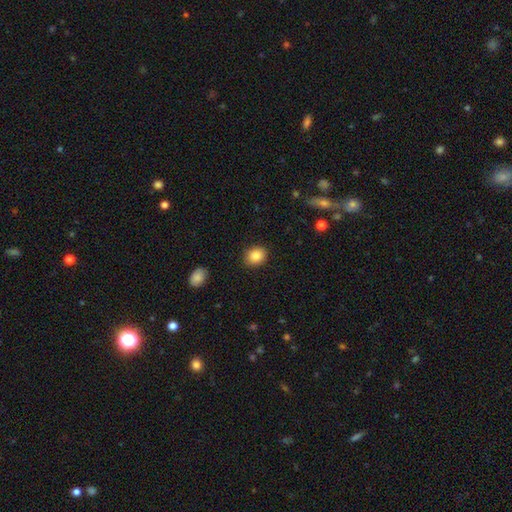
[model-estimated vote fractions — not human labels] smooth-or-featured: smooth: 86% | star or artifact: 9% | featured or disk: 5%
  how-rounded: round: 56% | in between: 43% | cigar-shaped: 1%
  merging: none: 88% | minor disturbance: 9% | major disturbance: 2% | merger: 1%